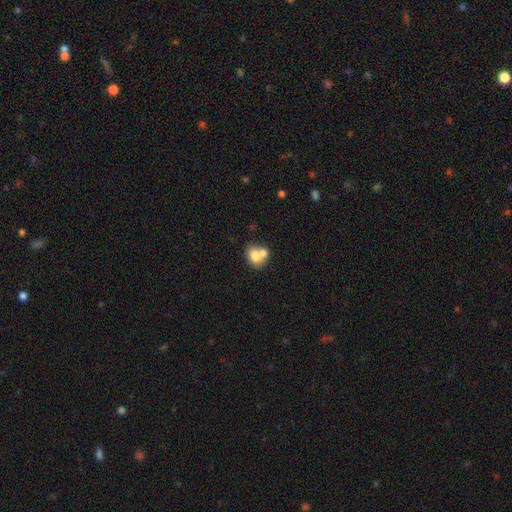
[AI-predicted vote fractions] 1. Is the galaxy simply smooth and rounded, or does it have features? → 74% smooth, 17% featured or disk, 9% star or artifact.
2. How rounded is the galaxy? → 51% round, 49% in between, 1% cigar-shaped.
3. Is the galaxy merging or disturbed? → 56% merger, 32% none, 9% minor disturbance, 4% major disturbance.